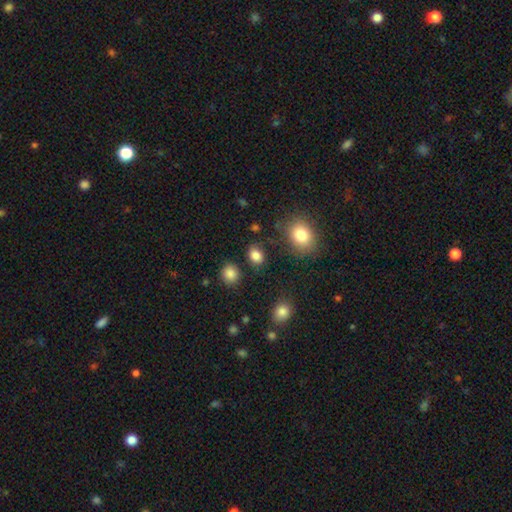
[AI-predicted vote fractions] Smooth or featured?
  - smooth: 84% *
  - star or artifact: 11%
  - featured or disk: 5%
How rounded?
  - in between: 59% *
  - round: 39%
  - cigar-shaped: 1%
Merging?
  - none: 77% *
  - minor disturbance: 13%
  - major disturbance: 5%
  - merger: 5%